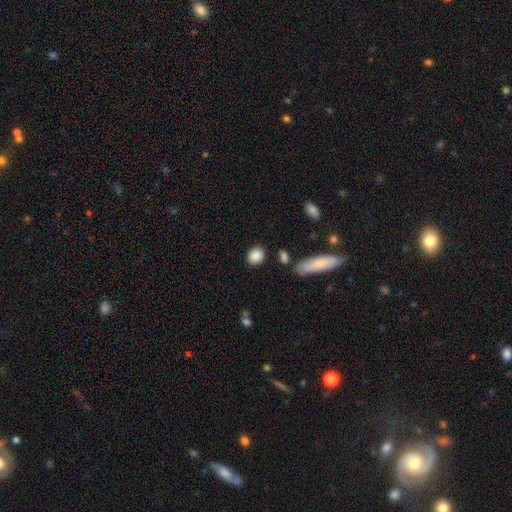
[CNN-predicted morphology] This appears to be a smooth galaxy with no disk features (87%) that is round (63%). Merging: none (83%).